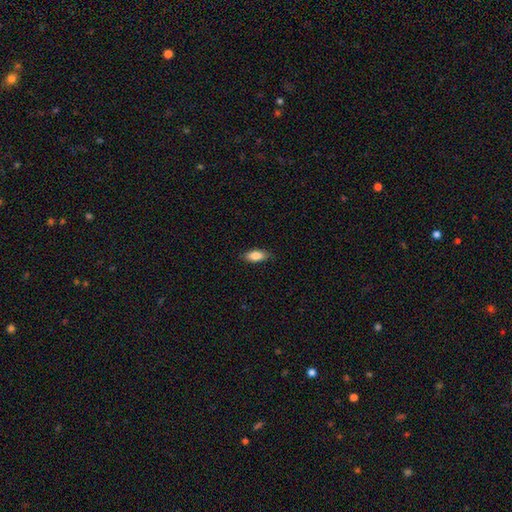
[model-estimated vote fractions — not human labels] Smooth or featured?
  - smooth: 83% *
  - featured or disk: 10%
  - star or artifact: 7%
How rounded?
  - in between: 83% *
  - cigar-shaped: 14%
  - round: 3%
Merging?
  - none: 86% *
  - minor disturbance: 11%
  - major disturbance: 2%
  - merger: 1%